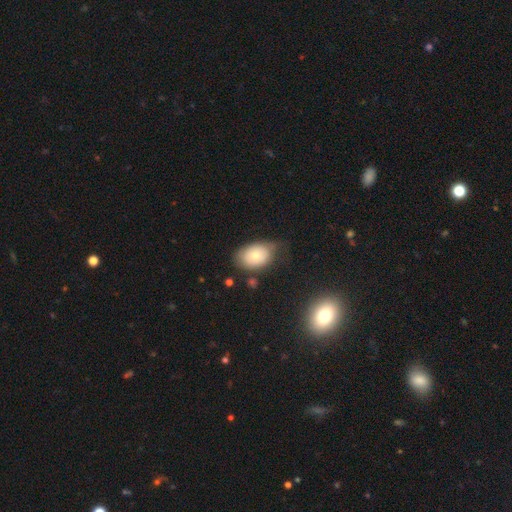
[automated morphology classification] Overall: smooth (71%). How rounded: in between (81%). Merging: none (56%; minor disturbance 30%).